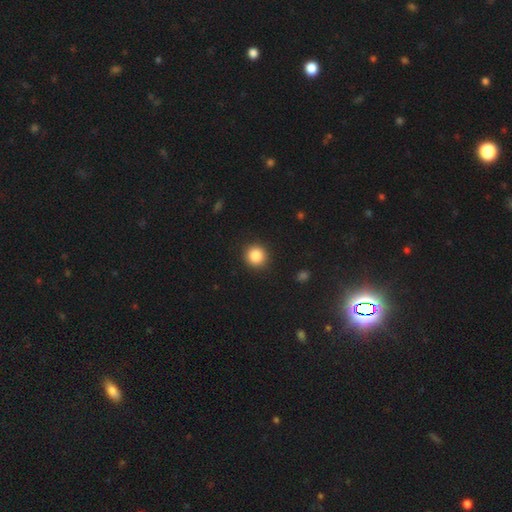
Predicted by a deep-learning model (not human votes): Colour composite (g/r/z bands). It shows a smooth galaxy with no disk features (86%) that is round (93%). Merging: none (91%).